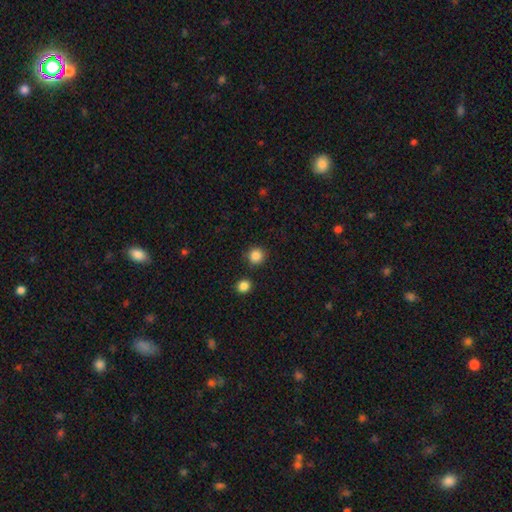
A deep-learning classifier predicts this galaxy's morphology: Q: Smooth or featured?
A: smooth (86%); runner-up: star or artifact (10%)
Q: How rounded?
A: round (94%); runner-up: in between (5%)
Q: Merging?
A: none (87%); runner-up: minor disturbance (7%)